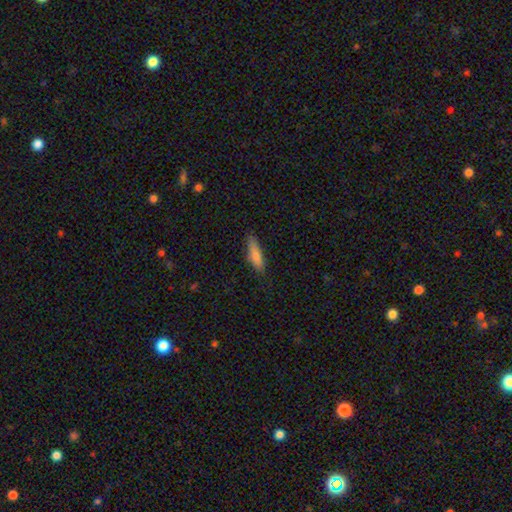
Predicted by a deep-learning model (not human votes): Overall: smooth (83%). How rounded: cigar-shaped (60%; in between 39%). Merging: none (76%).